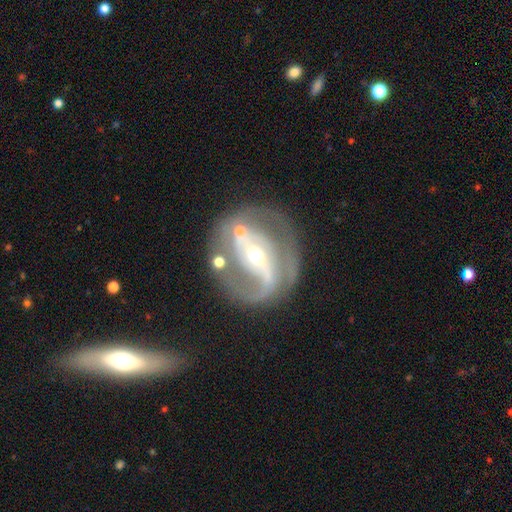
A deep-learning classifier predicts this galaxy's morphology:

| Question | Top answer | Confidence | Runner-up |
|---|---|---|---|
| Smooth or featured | featured or disk | 85% | smooth (9%) |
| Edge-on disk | no | 95% | yes (5%) |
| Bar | strong | 50% | weak (28%) |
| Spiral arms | yes | 86% | no (14%) |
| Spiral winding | medium | 46% | tight (31%) |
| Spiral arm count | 2 | 80% | can't tell (8%) |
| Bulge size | small | 52% | moderate (44%) |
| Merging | none | 68% | minor disturbance (16%) |